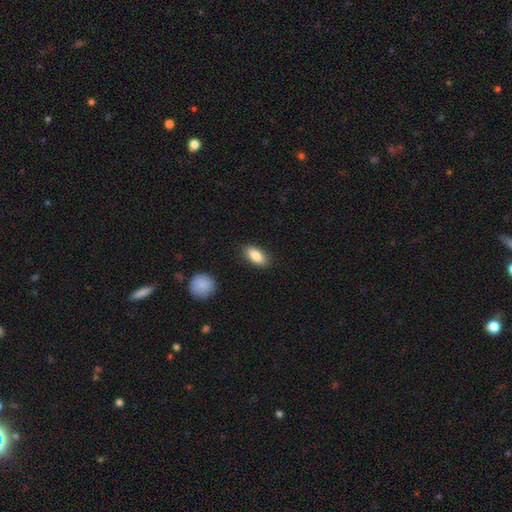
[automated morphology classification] smooth_or_featured: smooth (p=0.84) [alt: featured or disk p=0.09]
how_rounded: in between (p=0.84) [alt: cigar-shaped p=0.12]
merging: none (p=0.87) [alt: minor disturbance p=0.09]